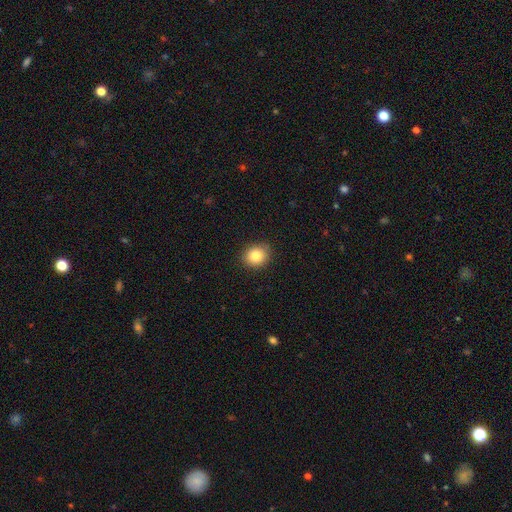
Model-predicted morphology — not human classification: smooth-or-featured: smooth: 84% | star or artifact: 9% | featured or disk: 6%
  how-rounded: round: 68% | in between: 32% | cigar-shaped: 1%
  merging: none: 88% | minor disturbance: 9% | major disturbance: 2% | merger: 1%